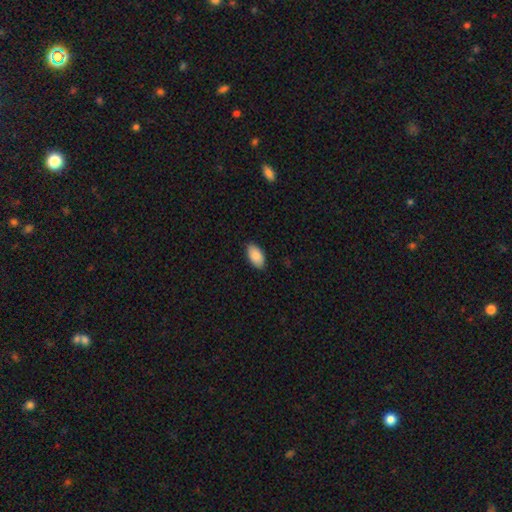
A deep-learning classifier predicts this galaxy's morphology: smooth 89%, star or artifact 6%, featured or disk 5%. Down the decision tree: how rounded — in between (95%); merging — none (86%).